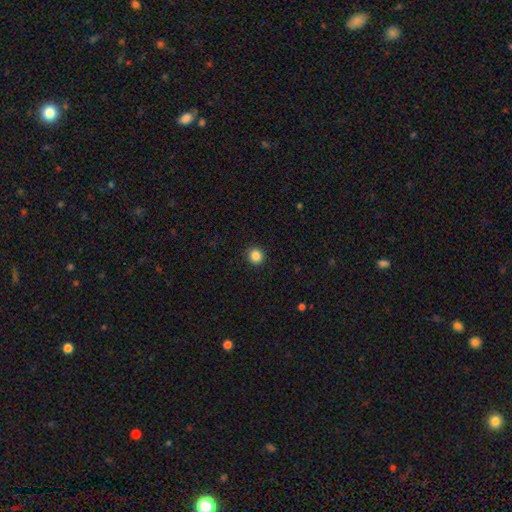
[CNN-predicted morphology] Smooth or featured?
  - smooth: 87% *
  - star or artifact: 10%
  - featured or disk: 3%
How rounded?
  - round: 91% *
  - in between: 8%
  - cigar-shaped: 1%
Merging?
  - none: 92% *
  - minor disturbance: 5%
  - major disturbance: 2%
  - merger: 1%